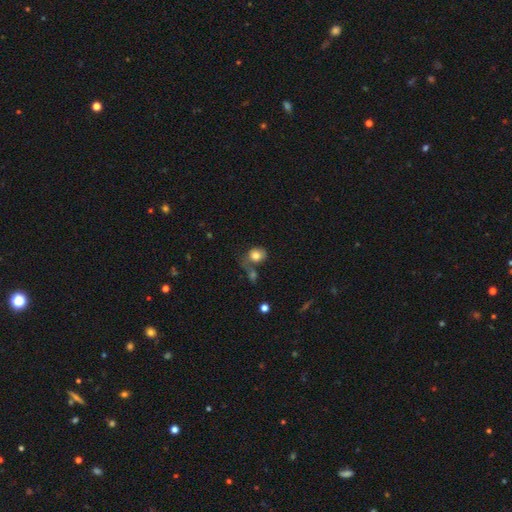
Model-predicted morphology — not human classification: This is likely a smooth galaxy (79%). How rounded: likely round (63%). Merging: marginally none (43%).